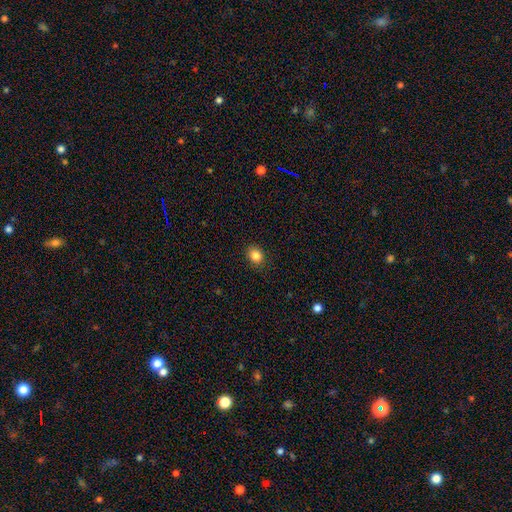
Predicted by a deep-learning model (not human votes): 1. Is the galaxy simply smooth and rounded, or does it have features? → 84% smooth, 10% star or artifact, 5% featured or disk.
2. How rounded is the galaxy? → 62% round, 37% in between, 1% cigar-shaped.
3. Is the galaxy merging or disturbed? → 88% none, 8% minor disturbance, 2% major disturbance, 1% merger.